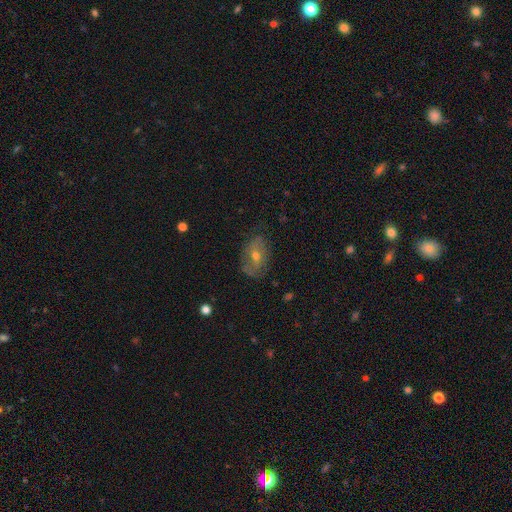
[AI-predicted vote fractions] Overall: featured or disk (50%; smooth 38%). Edge-on disk: no (91%). Merging: none (70%).